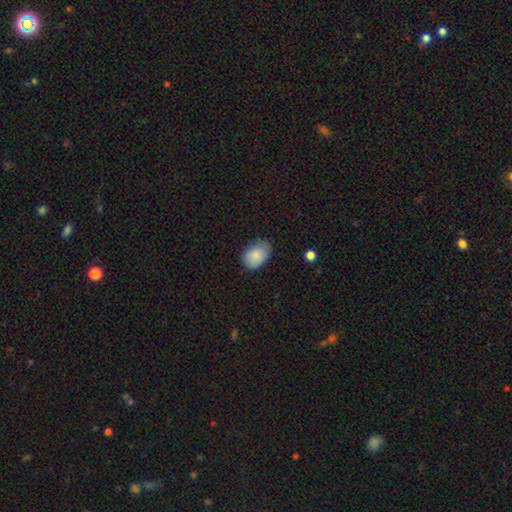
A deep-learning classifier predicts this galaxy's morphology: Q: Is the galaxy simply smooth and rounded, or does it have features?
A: smooth — 85%.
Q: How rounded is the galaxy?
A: in between — 81%.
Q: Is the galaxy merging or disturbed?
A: none — 63%.